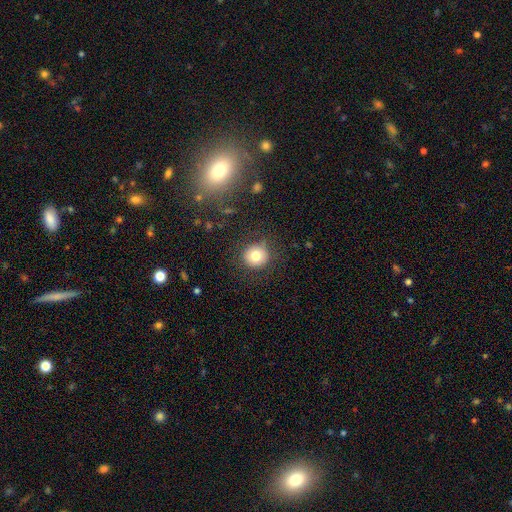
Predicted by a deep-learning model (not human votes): Overall: smooth (77%). How rounded: round (90%). Merging: none (82%).